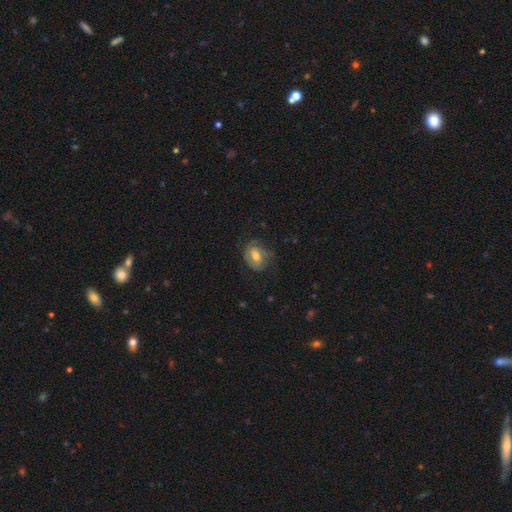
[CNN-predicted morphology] featured or disk 54%, smooth 38%, star or artifact 9%. Down the decision tree: edge-on disk — no (96%); bar — weak (44%); spiral arms — yes (77%); bulge size — moderate (63%); merging — none (65%).